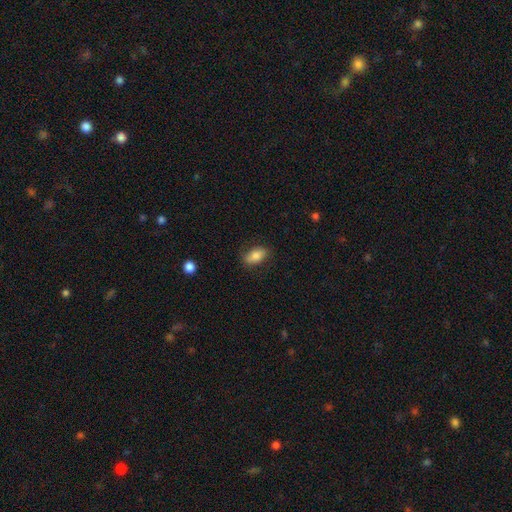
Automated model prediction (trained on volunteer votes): smooth-or-featured: smooth: 81% | featured or disk: 12% | star or artifact: 7%
  how-rounded: in between: 90% | round: 7% | cigar-shaped: 4%
  merging: none: 80% | minor disturbance: 15% | major disturbance: 4% | merger: 1%